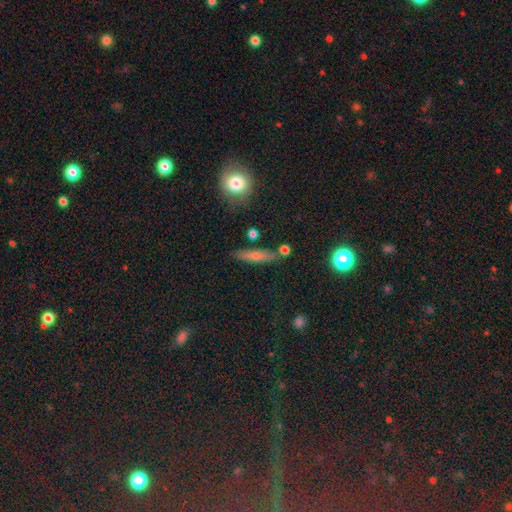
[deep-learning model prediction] Smooth or featured? Predicted: smooth (p=0.54). How rounded? Predicted: cigar-shaped (p=0.75). Merging? Predicted: none (p=0.83).